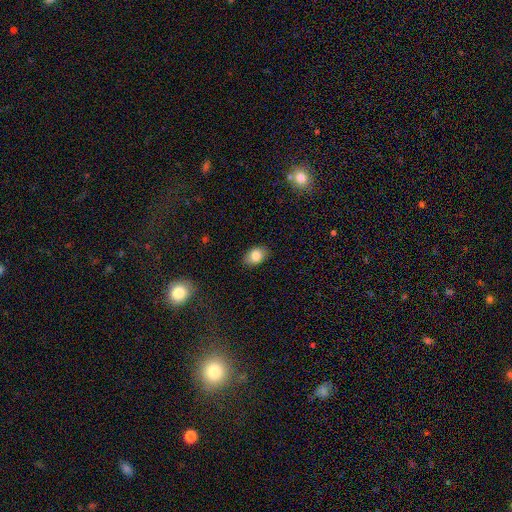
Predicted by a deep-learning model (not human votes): This is clearly a smooth galaxy (83%). How rounded: clearly in between (84%). Merging: clearly none (84%).